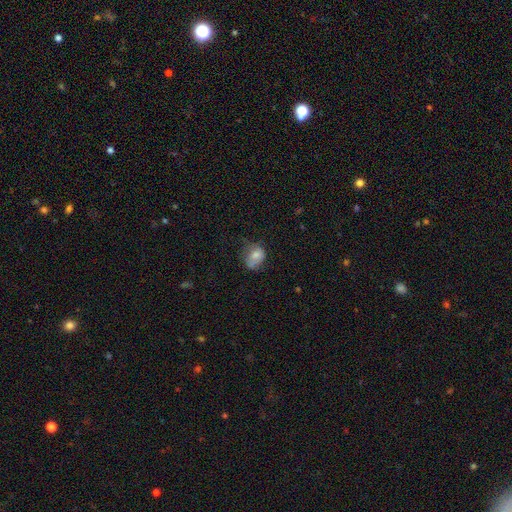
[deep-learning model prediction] This is likely a smooth galaxy (69%). How rounded: possibly in between (55%). Merging: marginally none (41%).